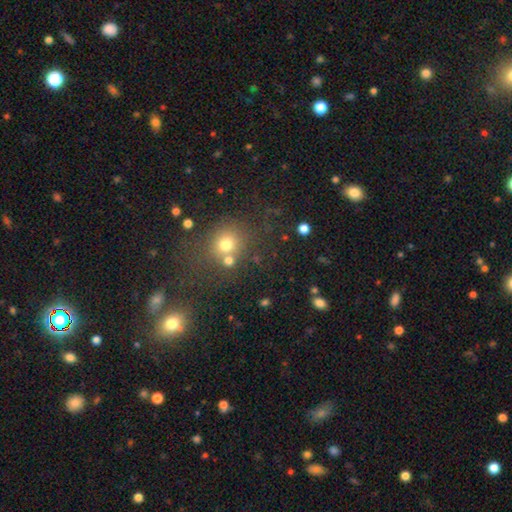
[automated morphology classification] A smooth galaxy with no disk features (57%) that is round (83%).

Vote fractions:
- Smooth or featured? smooth: 57% / star or artifact: 34% / featured or disk: 9%
- How rounded? round: 83% / in between: 15% / cigar-shaped: 1%
- Merging? none: 67% / merger: 19% / minor disturbance: 9% / major disturbance: 5%